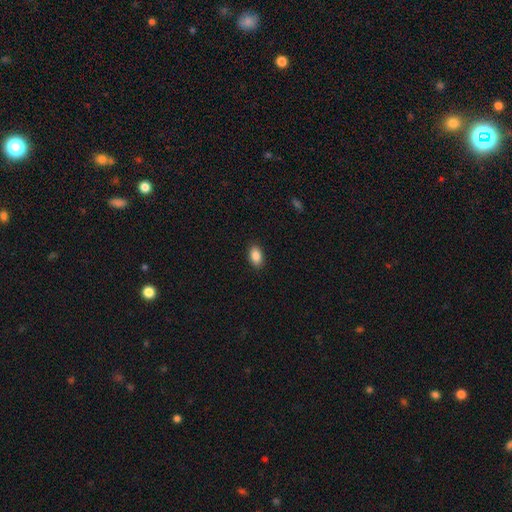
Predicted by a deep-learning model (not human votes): Q: Smooth or featured?
A: smooth (88%); runner-up: star or artifact (8%)
Q: How rounded?
A: in between (91%); runner-up: round (8%)
Q: Merging?
A: none (90%); runner-up: minor disturbance (8%)